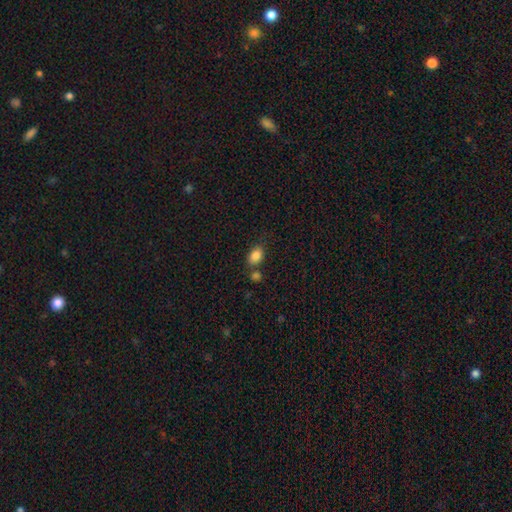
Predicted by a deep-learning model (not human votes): This appears to be a smooth galaxy with no disk features (85%) that is in between round and cigar-shaped (80%). Merging: none (65%).